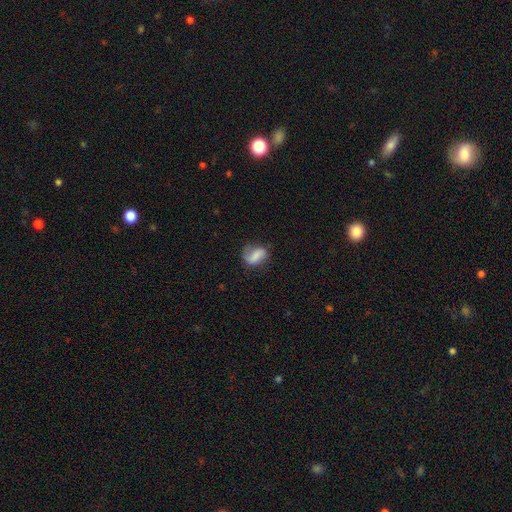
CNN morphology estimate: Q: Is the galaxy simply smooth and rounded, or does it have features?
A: smooth — 55%.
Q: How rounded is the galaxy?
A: in between — 73%.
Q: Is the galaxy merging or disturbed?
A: none — 54%.